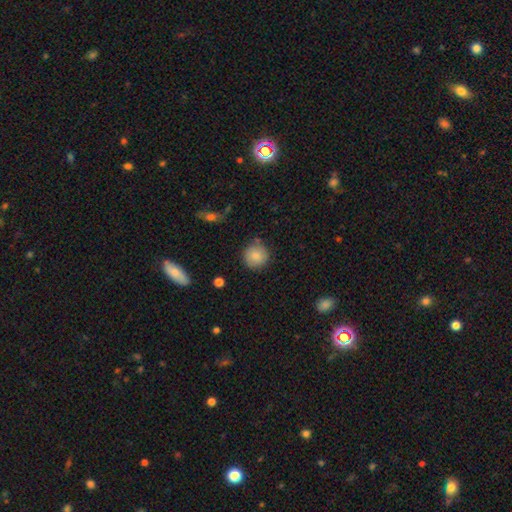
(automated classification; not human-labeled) Smooth or featured? smooth (82%)
How rounded? round (92%)
Merging? none (81%)